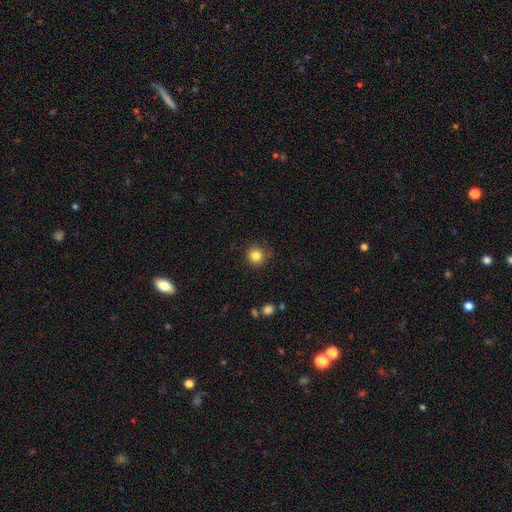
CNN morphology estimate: The model was most divided on "smooth or featured": smooth: 83%, star or artifact: 11%, featured or disk: 5%. More confident: how rounded — round (94%); merging — none (85%).